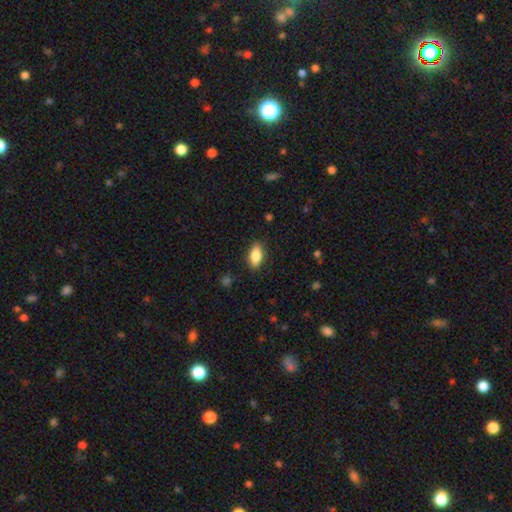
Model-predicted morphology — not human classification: Smooth or featured?
  - smooth: 85% *
  - featured or disk: 8%
  - star or artifact: 7%
How rounded?
  - in between: 89% *
  - cigar-shaped: 6%
  - round: 4%
Merging?
  - none: 87% *
  - minor disturbance: 10%
  - major disturbance: 2%
  - merger: 1%